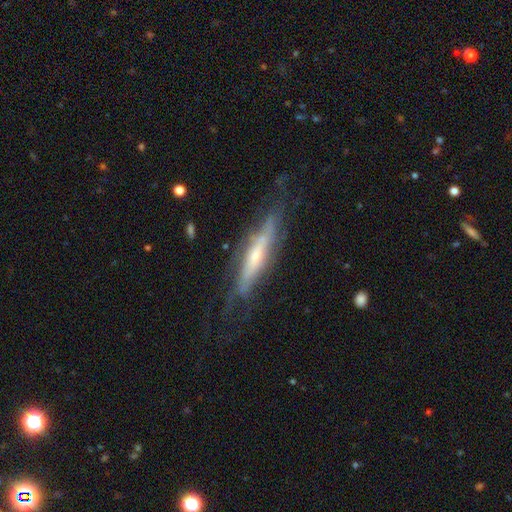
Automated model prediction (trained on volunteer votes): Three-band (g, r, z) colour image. It shows a featured or disk galaxy (72%) viewed edge-on (64%). Merging: none (64%).